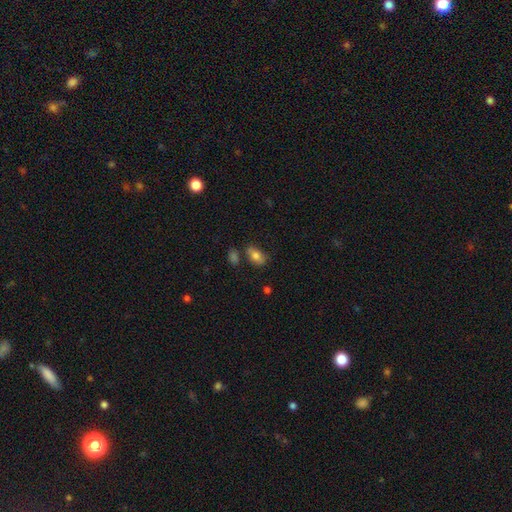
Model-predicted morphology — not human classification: Smooth or featured?
  - smooth: 78% *
  - featured or disk: 13%
  - star or artifact: 9%
How rounded?
  - in between: 89% *
  - round: 8%
  - cigar-shaped: 3%
Merging?
  - none: 68% *
  - minor disturbance: 18%
  - merger: 10%
  - major disturbance: 4%